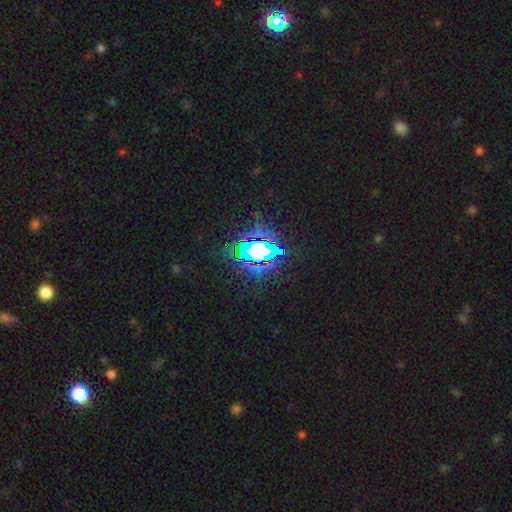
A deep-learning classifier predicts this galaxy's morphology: Smooth or featured?
  - star or artifact: 81% *
  - smooth: 11%
  - featured or disk: 7%